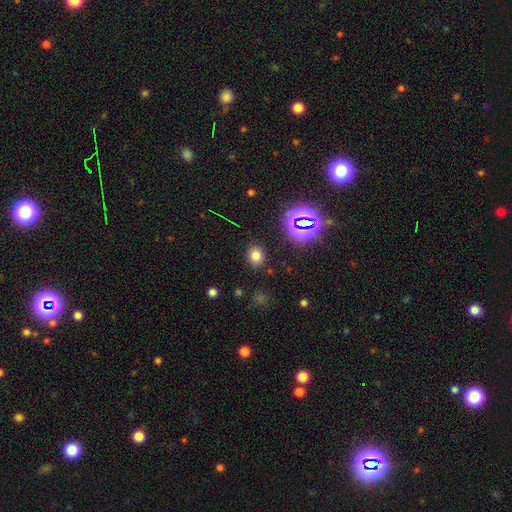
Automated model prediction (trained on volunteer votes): This appears to be a smooth galaxy with no disk features (71%) that is round (58%). Merging: none (86%).